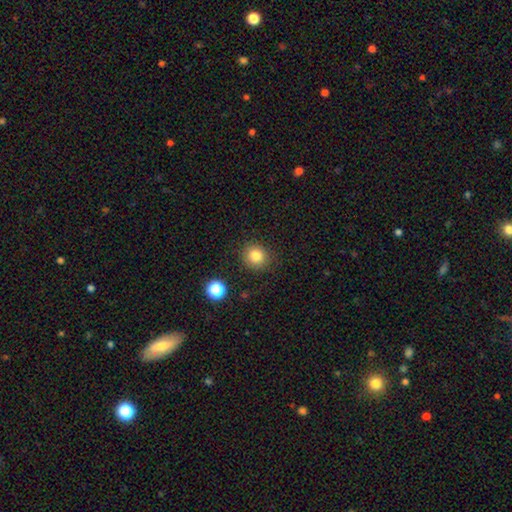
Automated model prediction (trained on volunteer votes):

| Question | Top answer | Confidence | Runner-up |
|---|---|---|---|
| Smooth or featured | smooth | 82% | star or artifact (12%) |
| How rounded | round | 88% | in between (11%) |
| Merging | none | 87% | minor disturbance (8%) |